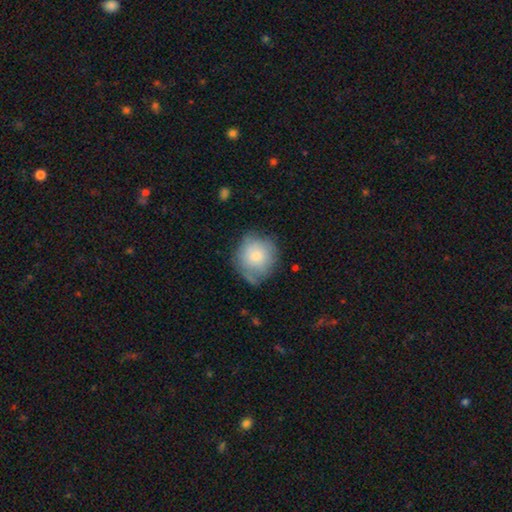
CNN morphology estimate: This is likely a smooth galaxy (76%). How rounded: clearly round (83%). Merging: possibly none (59%).